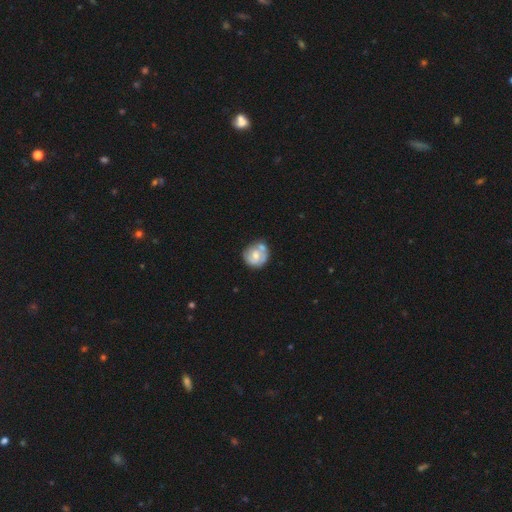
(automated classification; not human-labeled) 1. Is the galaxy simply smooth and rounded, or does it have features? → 47% featured or disk (tied), 47% smooth (tied), 6% star or artifact.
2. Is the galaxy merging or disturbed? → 48% none, 26% merger, 19% minor disturbance, 7% major disturbance.